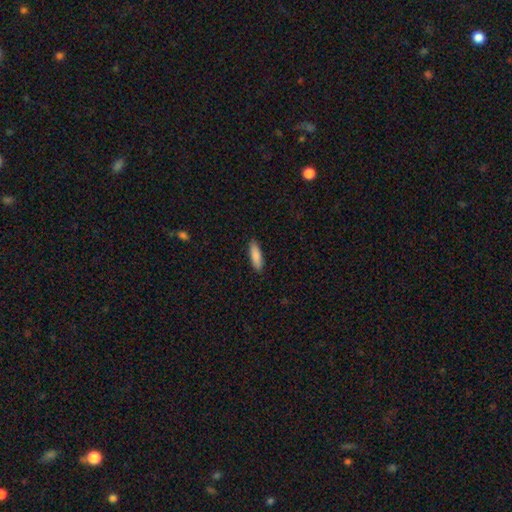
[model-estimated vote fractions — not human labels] Smooth or featured? smooth (88%)
How rounded? cigar-shaped (57%)
Merging? none (89%)